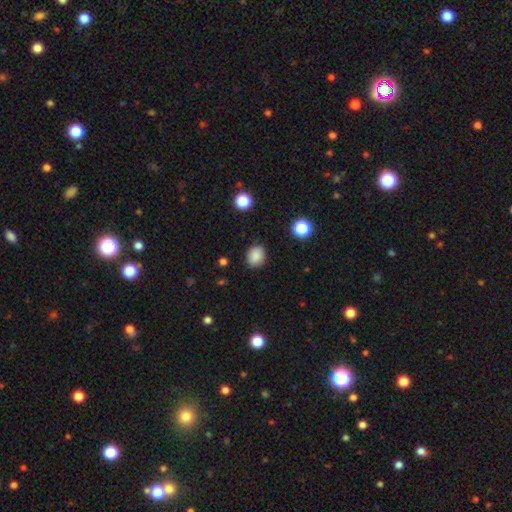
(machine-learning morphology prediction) Q: Smooth or featured?
A: smooth (86%); runner-up: star or artifact (10%)
Q: How rounded?
A: round (55%); runner-up: in between (44%)
Q: Merging?
A: none (84%); runner-up: minor disturbance (12%)